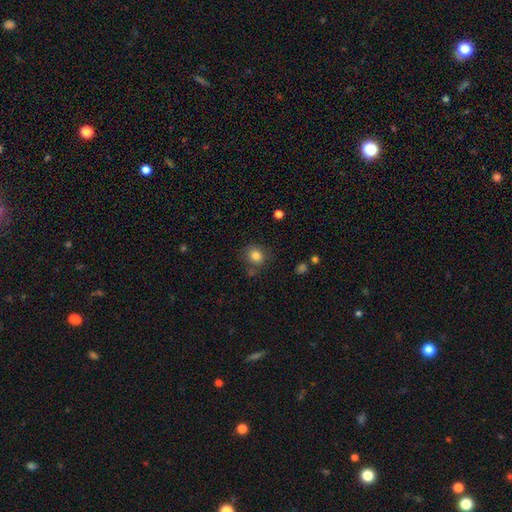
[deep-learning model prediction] Smooth or featured? Predicted: smooth (p=0.82). How rounded? Predicted: round (p=0.79). Merging? Predicted: none (p=0.77).